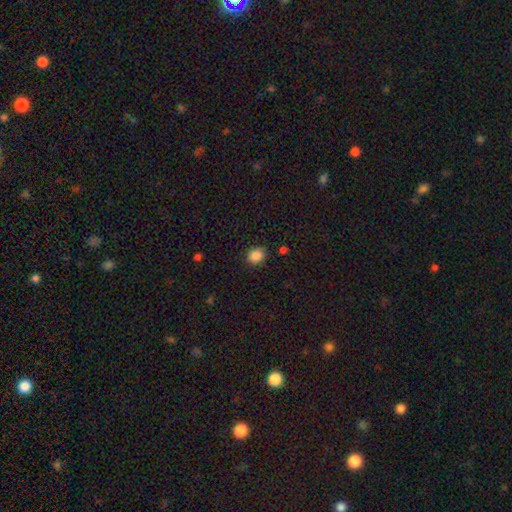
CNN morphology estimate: This is clearly a smooth galaxy (87%). How rounded: likely round (65%). Merging: clearly none (86%).